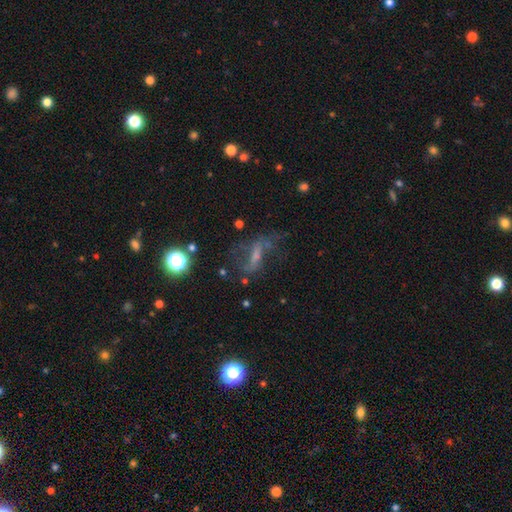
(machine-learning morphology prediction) Q: Smooth or featured?
A: featured or disk (56%); runner-up: star or artifact (23%)
Q: Edge-on disk?
A: no (84%); runner-up: yes (16%)
Q: Merging?
A: none (54%); runner-up: major disturbance (23%)